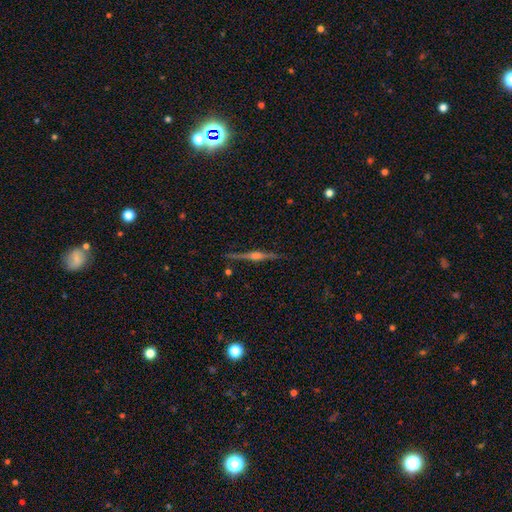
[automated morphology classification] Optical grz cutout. It shows a featured or disk galaxy (84%) viewed edge-on (98%) with a rounded central bulge (85%). Merging: none (91%).